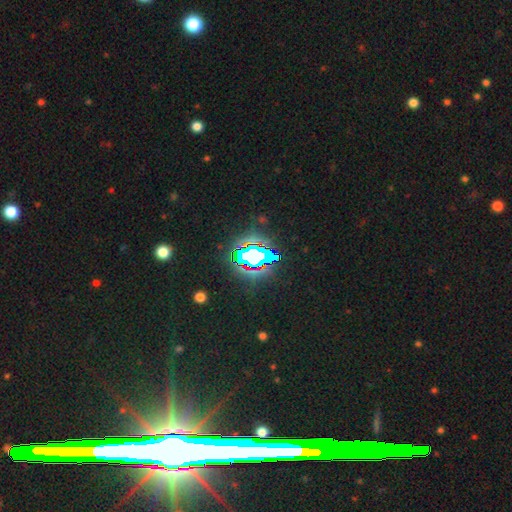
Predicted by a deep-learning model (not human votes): This is likely a star or artifact rather than a galaxy (68%).